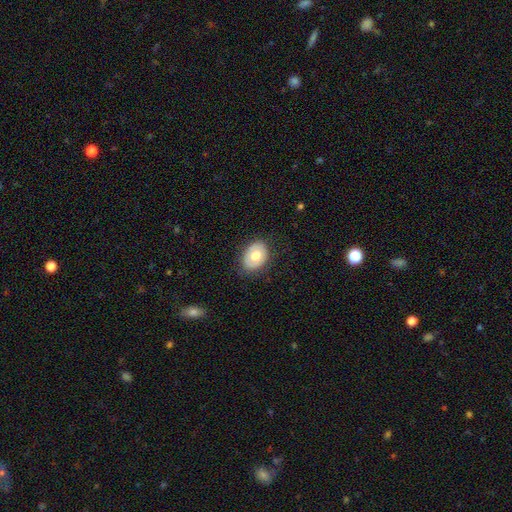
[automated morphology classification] smooth-or-featured: smooth: 63% | featured or disk: 30% | star or artifact: 7%
  how-rounded: in between: 70% | round: 29% | cigar-shaped: 1%
  merging: none: 82% | minor disturbance: 14% | major disturbance: 4% | merger: 1%